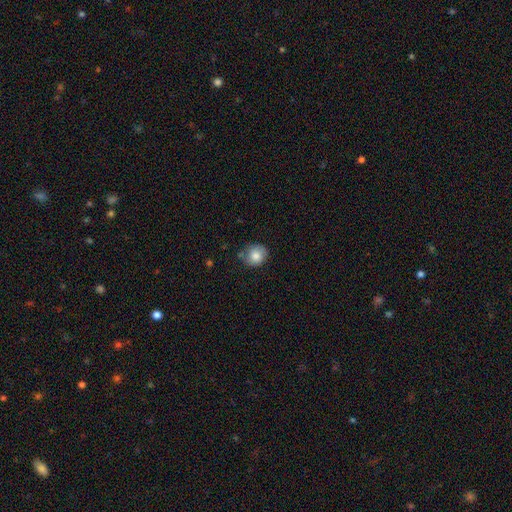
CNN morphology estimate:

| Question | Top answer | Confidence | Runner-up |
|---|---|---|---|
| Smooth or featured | smooth | 82% | featured or disk (10%) |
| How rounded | round | 75% | in between (24%) |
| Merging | none | 68% | minor disturbance (22%) |